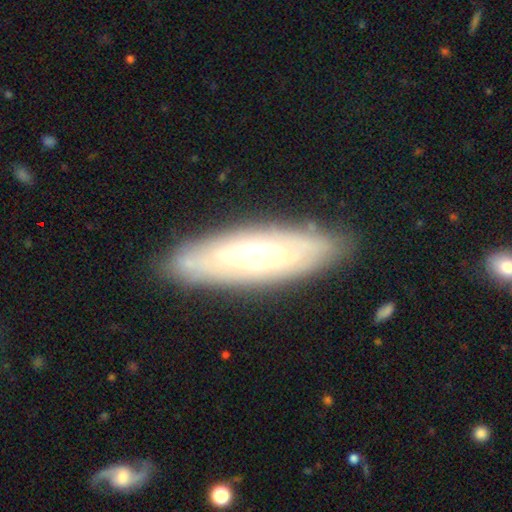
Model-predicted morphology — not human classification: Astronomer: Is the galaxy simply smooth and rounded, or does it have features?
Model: featured or disk — 68%.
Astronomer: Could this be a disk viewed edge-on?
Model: no — 66%.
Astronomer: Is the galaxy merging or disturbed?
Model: none — 83%.